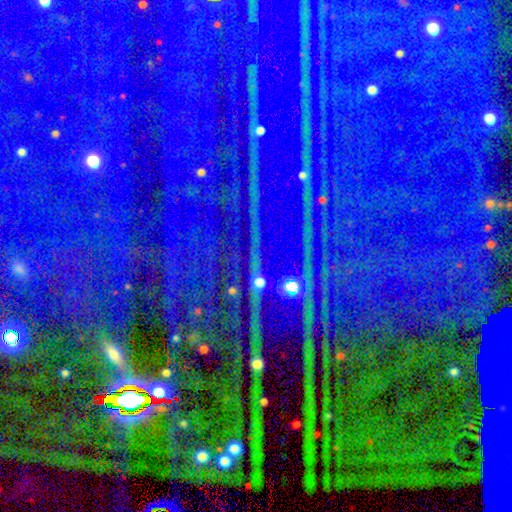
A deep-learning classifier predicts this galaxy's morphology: The model was most divided on "smooth or featured": star or artifact: 83%, featured or disk: 10%, smooth: 7%.